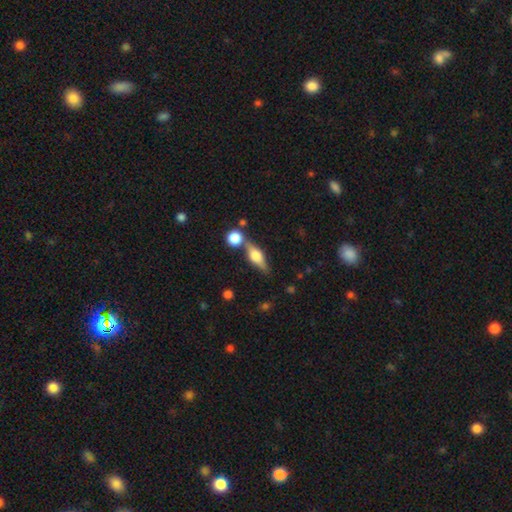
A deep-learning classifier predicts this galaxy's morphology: A featured or disk galaxy (54%) viewed edge-on (92%). Merging: none (65%).